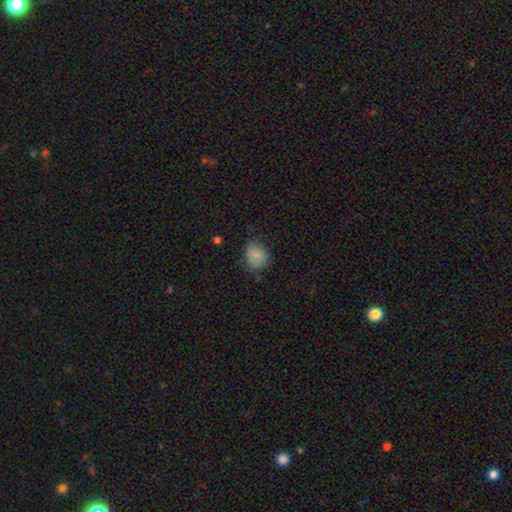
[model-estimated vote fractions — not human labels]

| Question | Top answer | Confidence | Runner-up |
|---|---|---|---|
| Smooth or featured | smooth | 81% | star or artifact (10%) |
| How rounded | round | 60% | in between (39%) |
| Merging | none | 61% | minor disturbance (30%) |